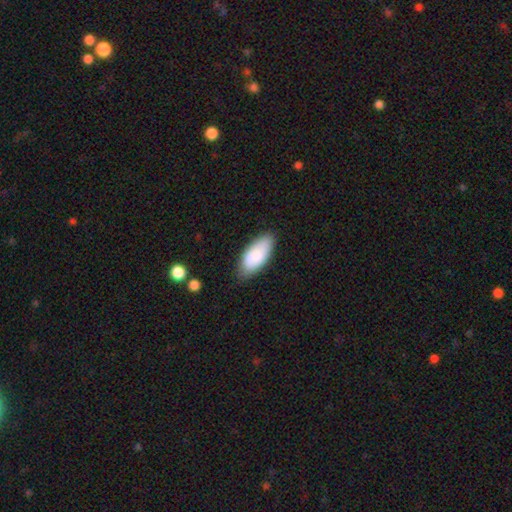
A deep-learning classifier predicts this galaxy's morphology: smooth_or_featured: smooth (p=0.80) [alt: featured or disk p=0.14]
how_rounded: in between (p=0.90) [alt: cigar-shaped p=0.08]
merging: none (p=0.79) [alt: minor disturbance p=0.17]